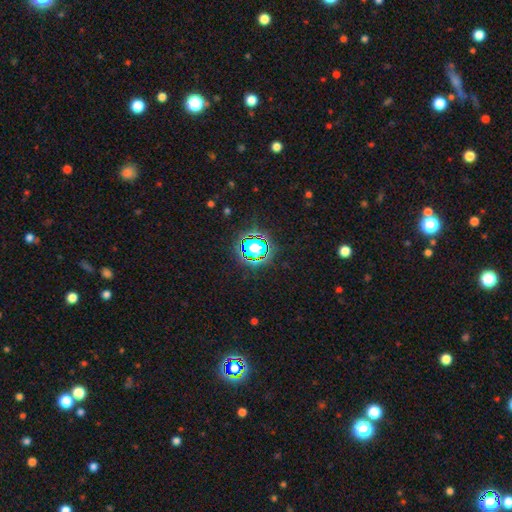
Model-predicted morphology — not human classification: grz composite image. It shows a star or artifact, not a galaxy (64%).